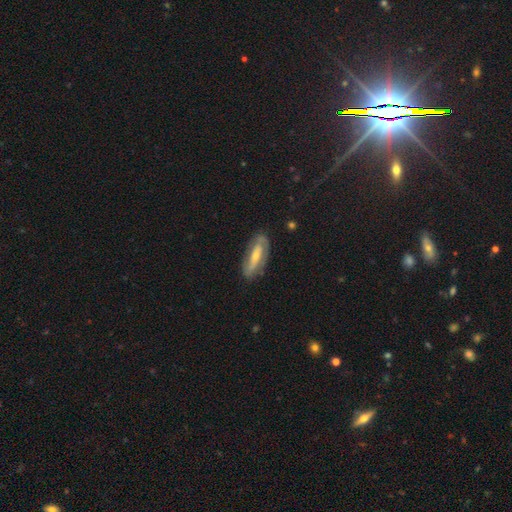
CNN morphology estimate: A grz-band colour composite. It shows a featured or disk galaxy (65%) with a strong bar (38%), spiral arms (68%) and a small central bulge (51%). Merging: none (76%).